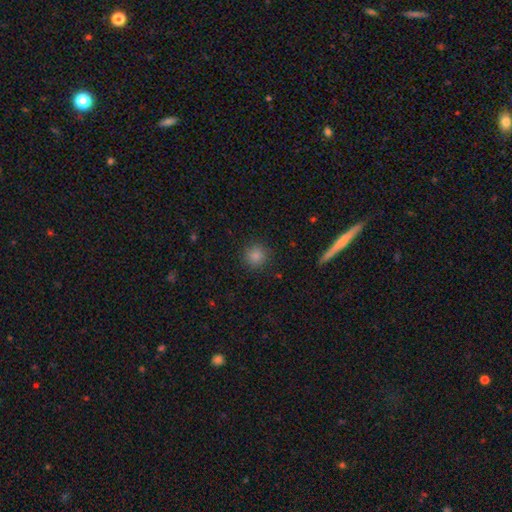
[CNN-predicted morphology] smooth-or-featured: smooth: 84% | star or artifact: 11% | featured or disk: 4%
  how-rounded: round: 93% | in between: 6% | cigar-shaped: 1%
  merging: none: 89% | minor disturbance: 7% | major disturbance: 3% | merger: 1%